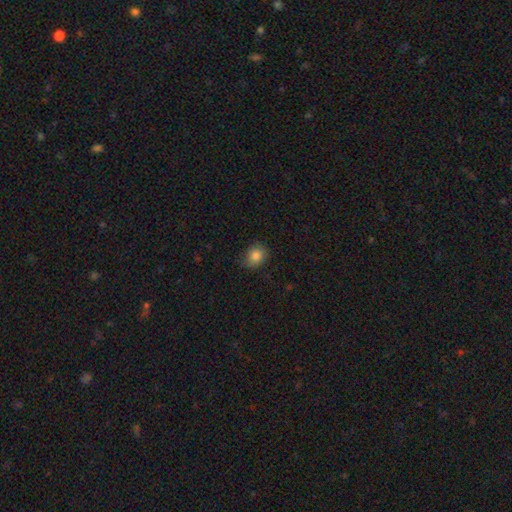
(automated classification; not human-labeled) A smooth galaxy with no disk features (85%) that is round (63%). Merging: none (76%).